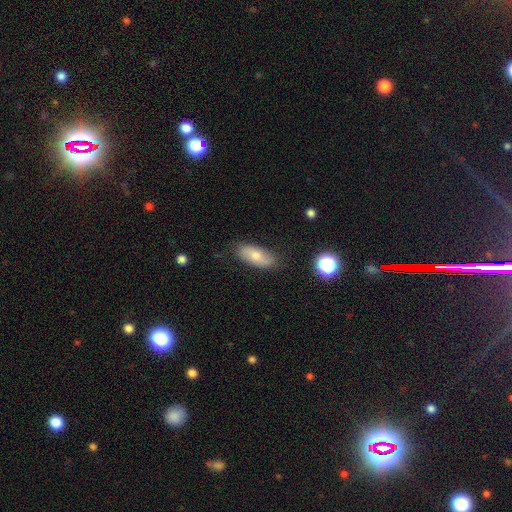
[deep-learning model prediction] Smooth or featured: smooth — 70% (featured or disk — 23%)
How rounded: in between — 83% (cigar-shaped — 14%)
Merging: none — 81% (minor disturbance — 14%)